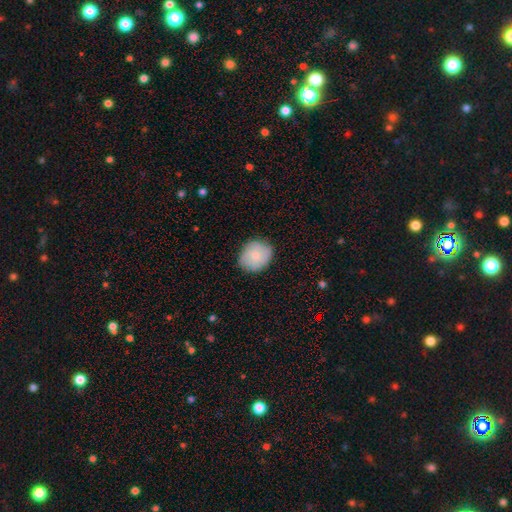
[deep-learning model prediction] smooth-or-featured: smooth: 76% | featured or disk: 18% | star or artifact: 7%
  how-rounded: round: 71% | in between: 28% | cigar-shaped: 1%
  merging: none: 80% | minor disturbance: 16% | major disturbance: 3% | merger: 1%